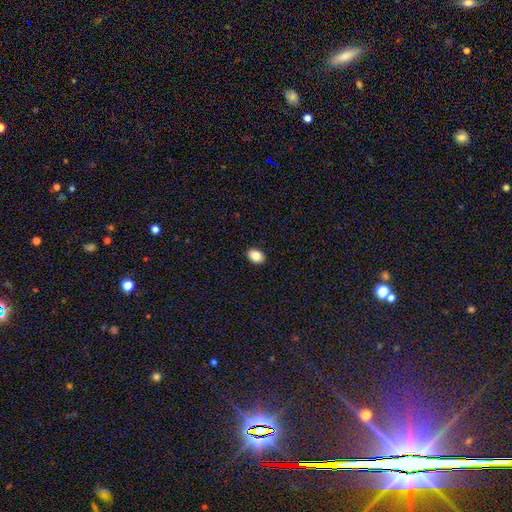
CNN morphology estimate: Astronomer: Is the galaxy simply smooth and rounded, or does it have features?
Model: smooth — 87%.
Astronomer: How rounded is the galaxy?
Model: in between — 80%.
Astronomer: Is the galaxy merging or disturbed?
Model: none — 91%.